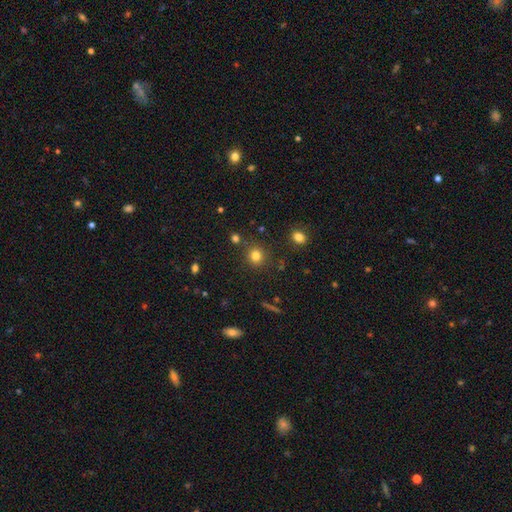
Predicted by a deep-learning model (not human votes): A smooth galaxy with no disk features (79%) that is round (90%). Merging: none (83%).